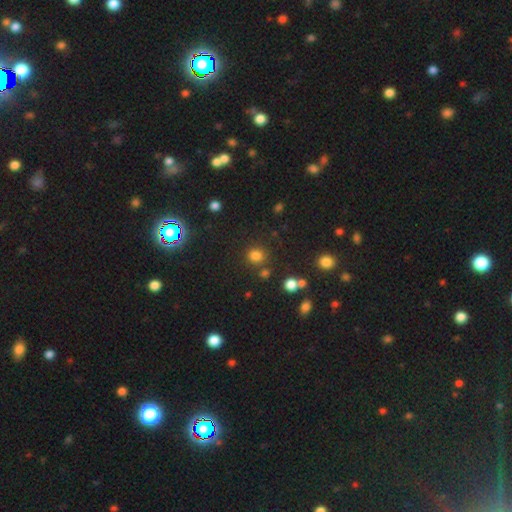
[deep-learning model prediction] Q: Smooth or featured?
A: smooth (75%); runner-up: star or artifact (19%)
Q: How rounded?
A: round (78%); runner-up: in between (21%)
Q: Merging?
A: none (76%); runner-up: minor disturbance (11%)